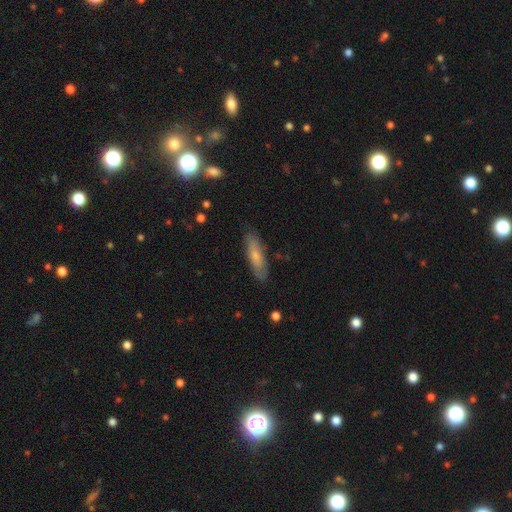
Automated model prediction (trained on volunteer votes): Smooth or featured? smooth (64%)
How rounded? cigar-shaped (61%)
Merging? none (82%)